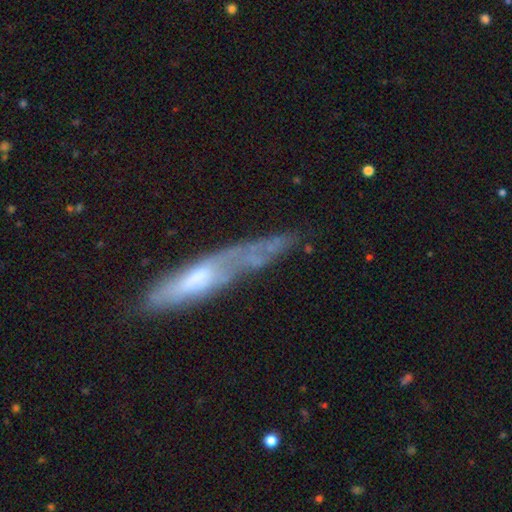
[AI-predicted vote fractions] Morphology: type=featured or disk (52%); edge-on=yes (60%); merging=none (58%).